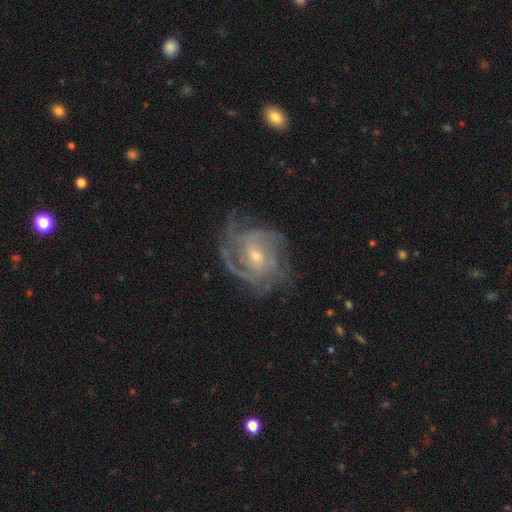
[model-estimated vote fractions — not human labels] A featured or disk galaxy (87%) with no bar (56%), tight (50%) spiral arms (95%) and a small central bulge (66%).

Vote fractions:
- Smooth or featured? featured or disk: 87% / star or artifact: 6% / smooth: 6%
- Edge-on disk? no: 97% / yes: 3%
- Bar? no: 56% / weak: 37% / strong: 8%
- Spiral arms? yes: 95% / no: 5%
- Spiral winding? tight: 50% / medium: 40% / loose: 11%
- Spiral arm count? can't tell: 28% / 3: 25% / 2: 18% / 4: 16% / more than 4: 7% / 1: 7%
- Bulge size? small: 66% / moderate: 30% / none: 2% / large: 1% / dominant: 1%
- Merging? none: 65% / minor disturbance: 20% / major disturbance: 14% / merger: 1%